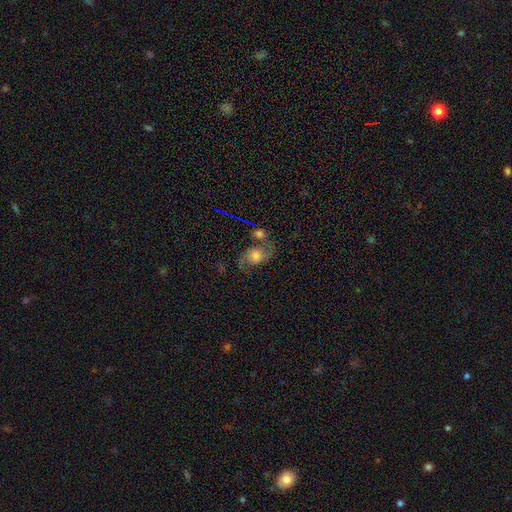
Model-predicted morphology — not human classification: featured or disk 55%, smooth 32%, star or artifact 13%. Down the decision tree: edge-on disk — no (95%); bar — no (75%); spiral arms — yes (85%); bulge size — moderate (40%); merging — none (45%).